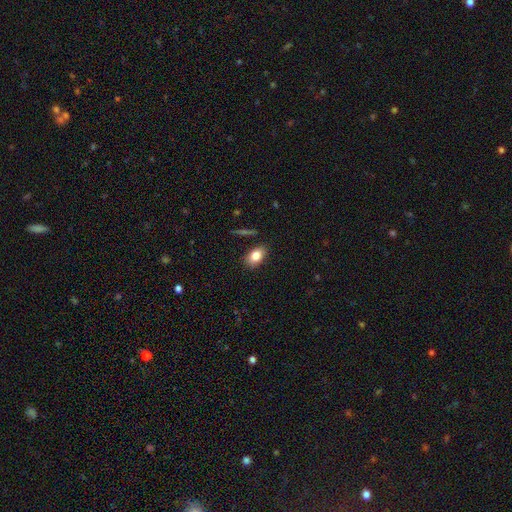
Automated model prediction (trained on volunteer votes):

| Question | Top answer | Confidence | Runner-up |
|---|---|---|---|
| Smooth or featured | smooth | 82% | featured or disk (10%) |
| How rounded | in between | 86% | round (12%) |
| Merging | none | 83% | minor disturbance (12%) |